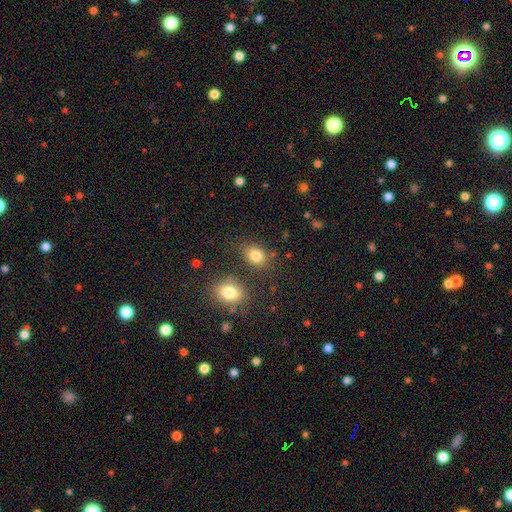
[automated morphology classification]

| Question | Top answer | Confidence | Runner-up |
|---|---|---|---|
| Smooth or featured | smooth | 82% | star or artifact (12%) |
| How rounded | in between | 61% | round (37%) |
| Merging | none | 73% | minor disturbance (13%) |